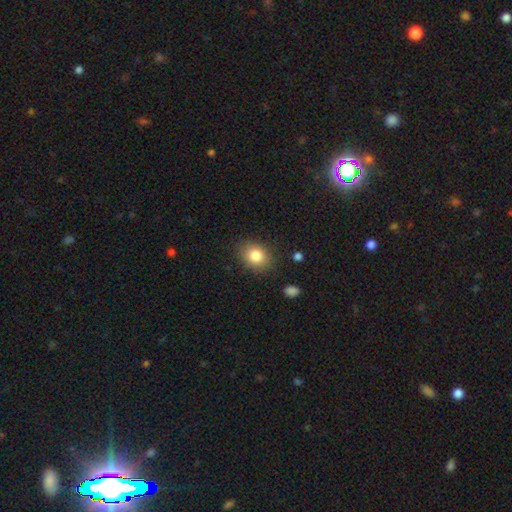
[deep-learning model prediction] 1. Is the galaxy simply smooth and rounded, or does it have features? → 83% smooth, 9% star or artifact, 8% featured or disk.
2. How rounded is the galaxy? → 53% in between, 46% round, 1% cigar-shaped.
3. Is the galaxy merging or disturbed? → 83% none, 12% minor disturbance, 3% major disturbance, 2% merger.